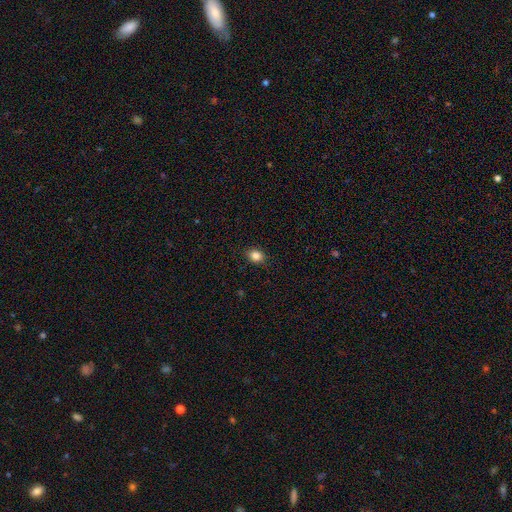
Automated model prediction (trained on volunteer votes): The model was most divided on "how rounded": in between: 54%, round: 45%, cigar-shaped: 1%. More confident: merging — none (88%); smooth or featured — smooth (85%).